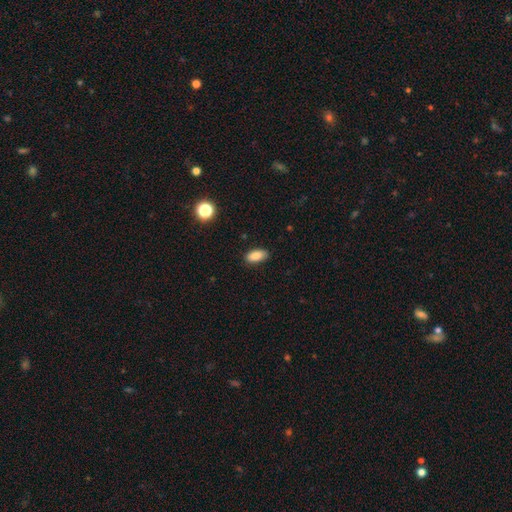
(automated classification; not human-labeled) Smooth or featured: smooth — 87% (star or artifact — 8%)
How rounded: in between — 89% (cigar-shaped — 8%)
Merging: none — 87% (minor disturbance — 10%)